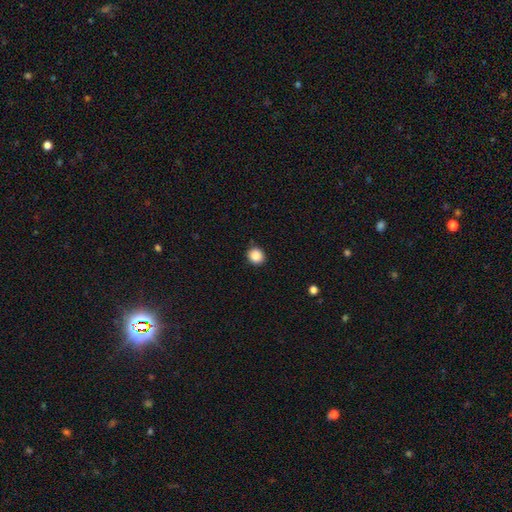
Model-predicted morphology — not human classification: Smooth or featured? Predicted: smooth (p=0.87). How rounded? Predicted: round (p=0.86). Merging? Predicted: none (p=0.89).